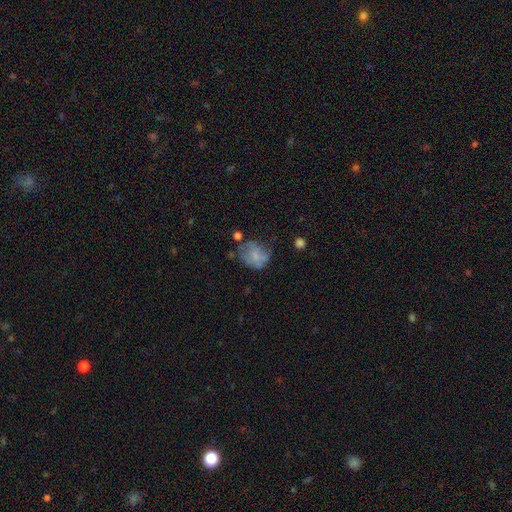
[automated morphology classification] type=smooth (61%); roundness=round (61%); merging=none (41%).